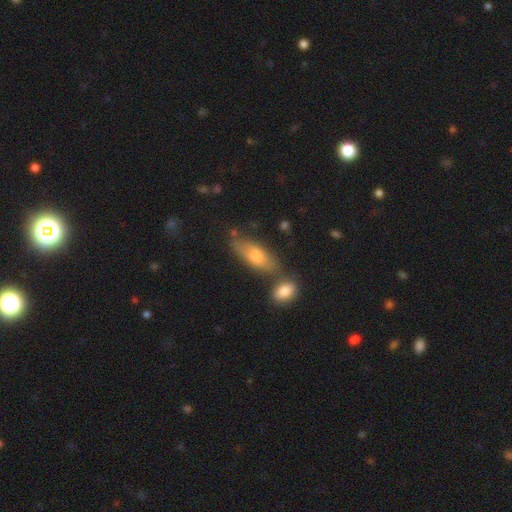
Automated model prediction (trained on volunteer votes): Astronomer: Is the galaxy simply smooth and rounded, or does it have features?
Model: smooth — 65%.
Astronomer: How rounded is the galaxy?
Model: in between — 73%.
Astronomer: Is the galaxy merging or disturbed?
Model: none — 57%.